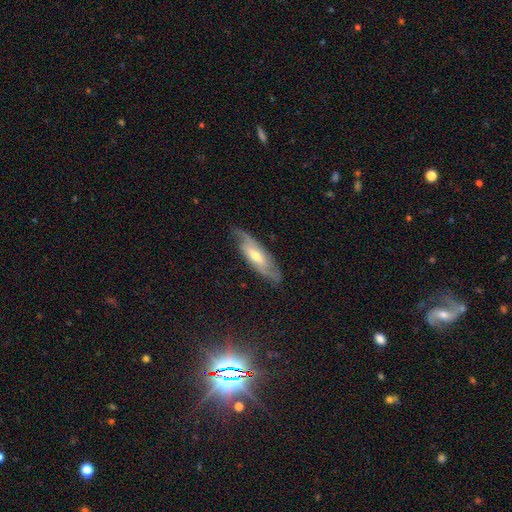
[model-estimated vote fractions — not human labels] smooth-or-featured: featured or disk: 73% | smooth: 20% | star or artifact: 7%
  disk-edge-on: no: 77% | yes: 23%
    bar: no: 42% | weak: 41% | strong: 17%
    has-spiral-arms: yes: 90% | no: 10%
      spiral-winding: medium: 42% | tight: 35% | loose: 23%
      spiral-arm-count: 2: 71% | can't tell: 19% | 1: 4% | 3: 4% | 4: 2% | more than 4: 1%
    bulge-size: moderate: 55% | small: 40% | large: 3% | none: 1% | dominant: 1%
  merging: none: 76% | minor disturbance: 18% | major disturbance: 5% | merger: 1%